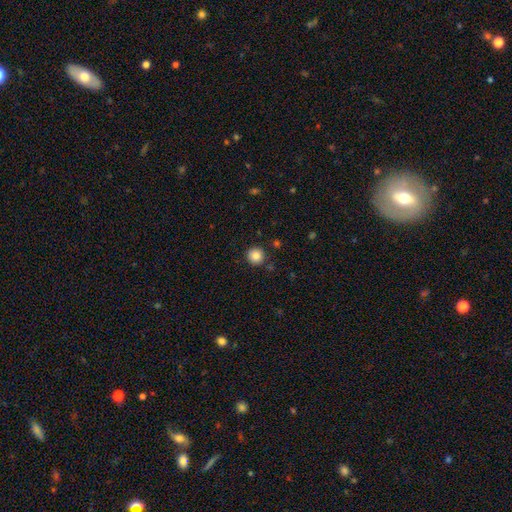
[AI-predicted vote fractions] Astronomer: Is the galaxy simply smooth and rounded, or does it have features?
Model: smooth — 85%.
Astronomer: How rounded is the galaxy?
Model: round — 95%.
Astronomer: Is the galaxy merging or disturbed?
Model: none — 89%.